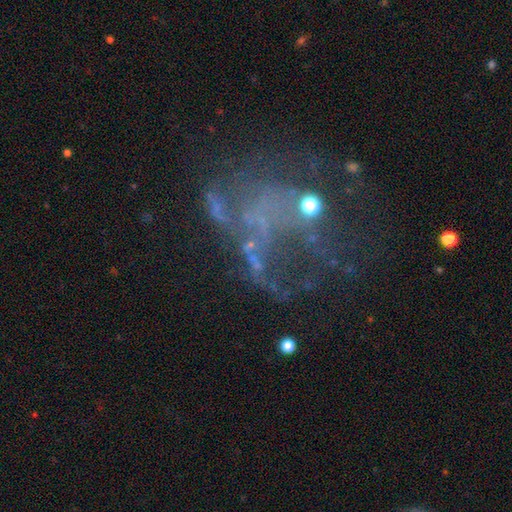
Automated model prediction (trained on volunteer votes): This is possibly a featured or disk galaxy (56%). It is clearly not viewed edge-on (98%). Bar: clearly no (91%). Spiral arm pattern: clearly no (87%). Central bulge: likely none (77%). Merging: marginally major disturbance (42%).